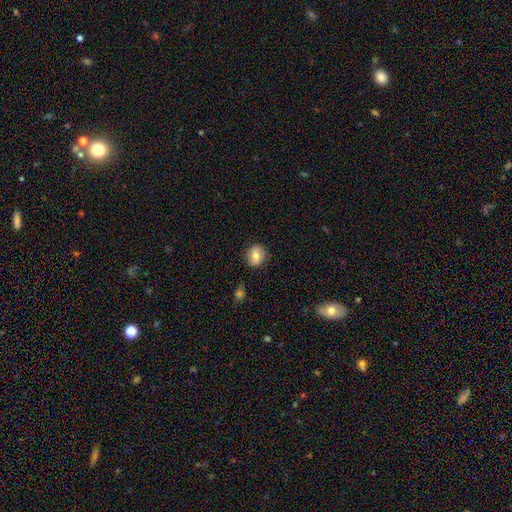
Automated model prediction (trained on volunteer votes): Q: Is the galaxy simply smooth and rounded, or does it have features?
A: smooth — 76%.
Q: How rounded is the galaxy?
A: round — 62%.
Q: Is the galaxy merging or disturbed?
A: none — 84%.